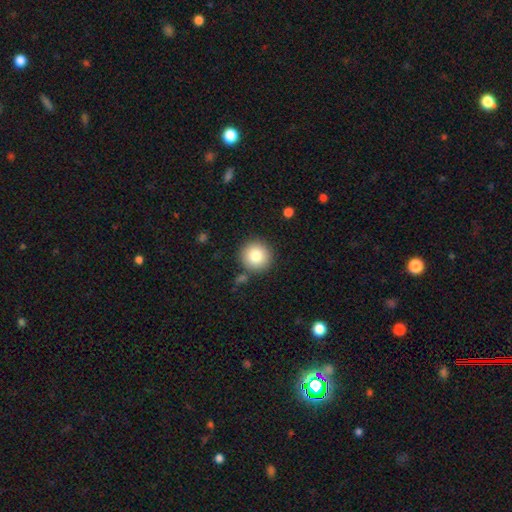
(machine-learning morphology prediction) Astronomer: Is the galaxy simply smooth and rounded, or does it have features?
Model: smooth — 82%.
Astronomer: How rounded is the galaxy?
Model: round — 95%.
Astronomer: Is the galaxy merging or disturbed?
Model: none — 87%.